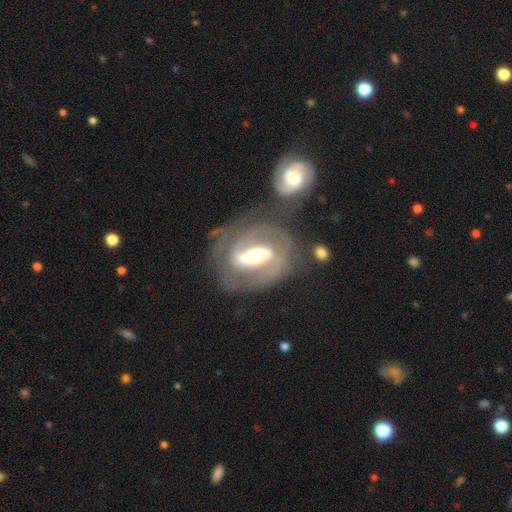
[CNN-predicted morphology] smooth_or_featured: featured or disk (p=0.84) [alt: smooth p=0.11]
disk_edge_on: no (p=0.95) [alt: yes p=0.05]
bar: strong (p=0.55) [alt: weak p=0.29]
has_spiral_arms: yes (p=0.86) [alt: no p=0.14]
spiral_winding: tight (p=0.44) [alt: medium p=0.41]
spiral_arm_count: 2 (p=0.77) [alt: can't tell p=0.12]
bulge_size: moderate (p=0.67) [alt: small p=0.19]
merging: none (p=0.55) [alt: merger p=0.18]